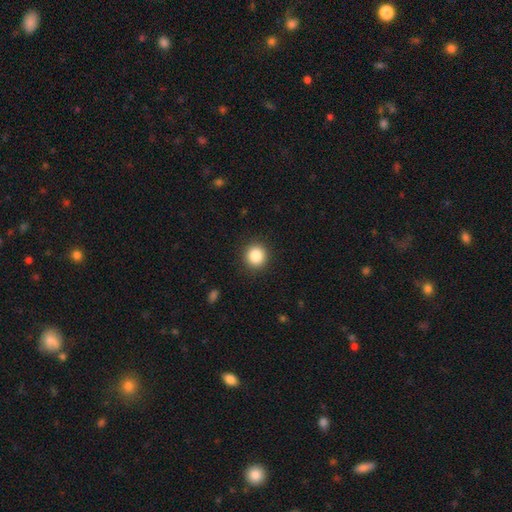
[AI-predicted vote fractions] This is clearly a smooth galaxy (86%). How rounded: clearly round (93%). Merging: clearly none (91%).